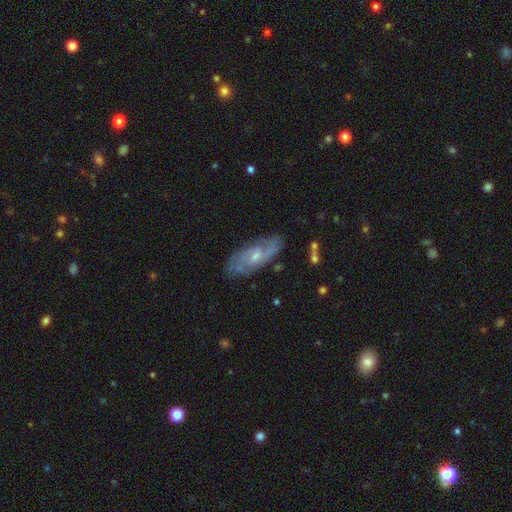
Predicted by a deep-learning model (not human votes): Morphology: type=featured or disk (70%); edge-on=no (86%); bar=no (61%); spiral arms=yes (85%); winding=medium (43%); arm count=2 (55%); bulge=small (50%); merging=none (75%).